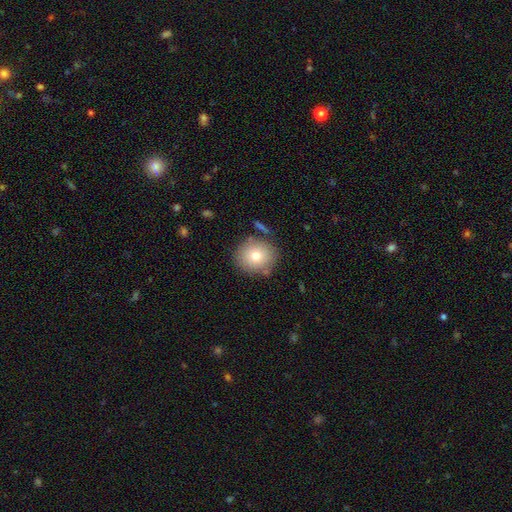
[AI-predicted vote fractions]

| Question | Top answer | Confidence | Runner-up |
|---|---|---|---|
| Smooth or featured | smooth | 75% | featured or disk (14%) |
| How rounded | round | 83% | in between (16%) |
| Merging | none | 81% | minor disturbance (10%) |